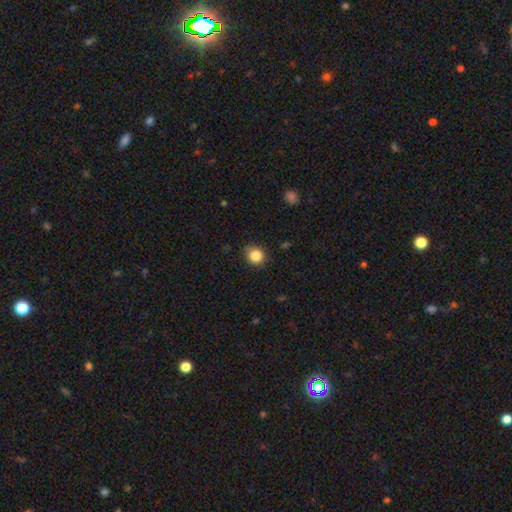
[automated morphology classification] Smooth or featured?
  - smooth: 85% *
  - star or artifact: 11%
  - featured or disk: 4%
How rounded?
  - round: 85% *
  - in between: 15%
  - cigar-shaped: 1%
Merging?
  - none: 79% *
  - minor disturbance: 17%
  - major disturbance: 3%
  - merger: 1%